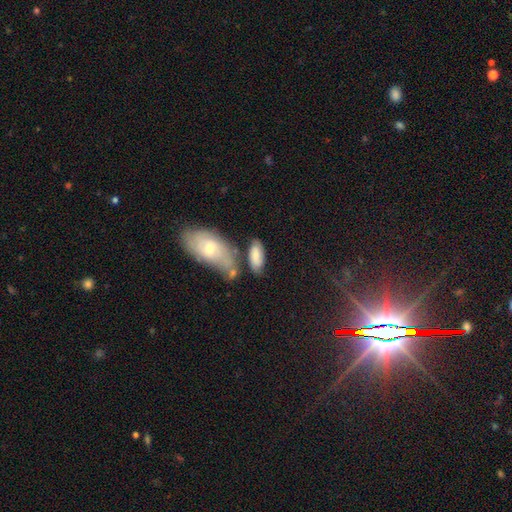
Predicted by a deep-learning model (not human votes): smooth 73%, featured or disk 20%, star or artifact 7%. Down the decision tree: how rounded — in between (86%); merging — none (55%).